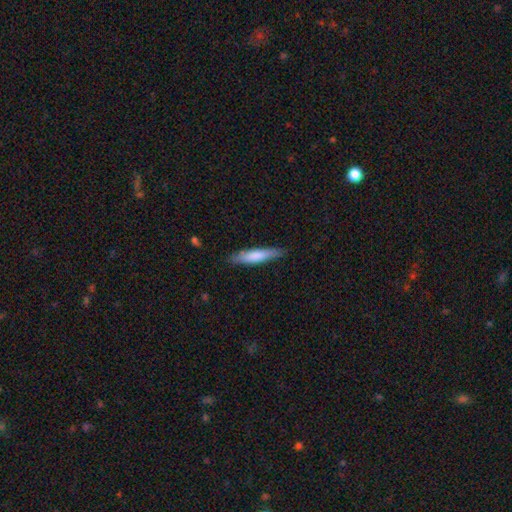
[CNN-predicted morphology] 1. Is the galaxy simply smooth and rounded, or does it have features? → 74% smooth, 21% featured or disk, 5% star or artifact.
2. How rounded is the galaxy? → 85% cigar-shaped, 14% in between, 1% round.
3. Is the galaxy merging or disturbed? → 84% none, 13% minor disturbance, 2% major disturbance, 1% merger.